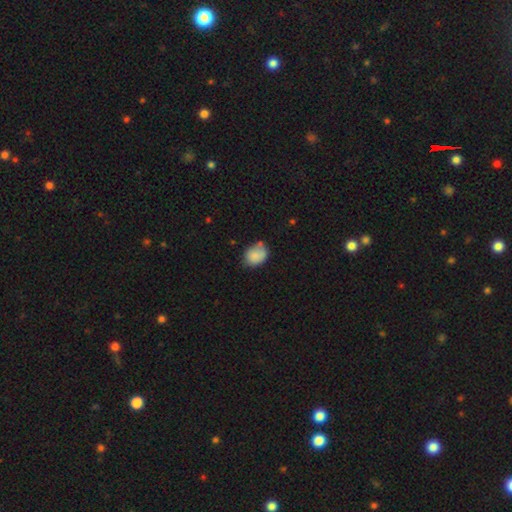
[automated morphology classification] Overall: smooth (84%). How rounded: in between (60%; round 39%). Merging: none (57%; minor disturbance 29%).